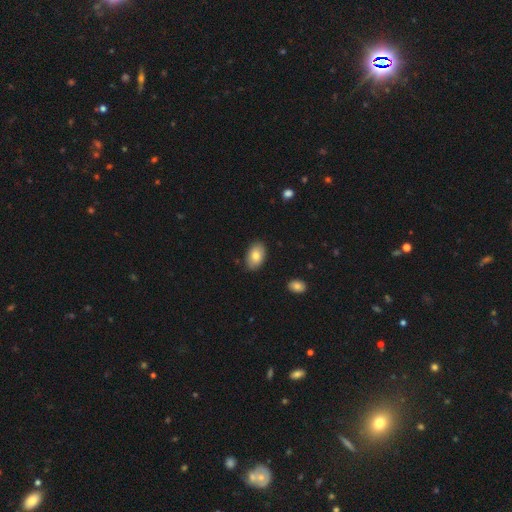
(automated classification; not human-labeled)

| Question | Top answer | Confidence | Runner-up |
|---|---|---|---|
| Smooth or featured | smooth | 81% | featured or disk (12%) |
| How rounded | in between | 92% | round (7%) |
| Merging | none | 85% | minor disturbance (11%) |